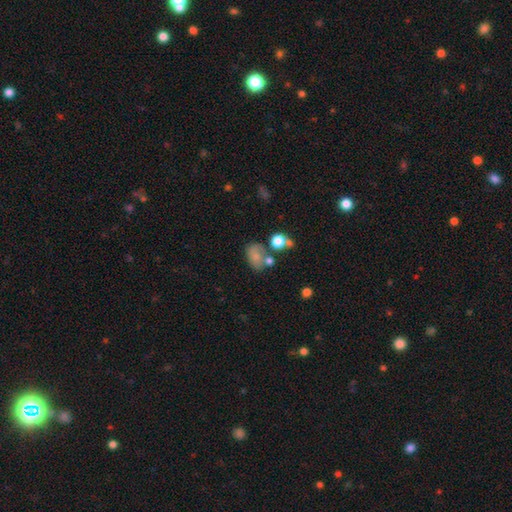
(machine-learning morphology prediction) Smooth or featured? smooth (72%)
How rounded? in between (76%)
Merging? none (44%)